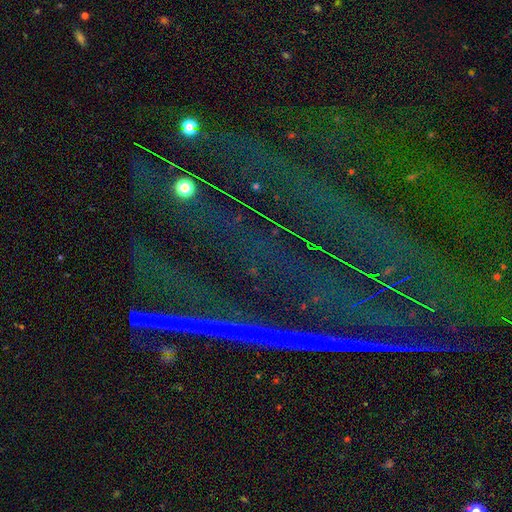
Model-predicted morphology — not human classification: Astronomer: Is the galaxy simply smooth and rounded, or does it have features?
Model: star or artifact — 86%.